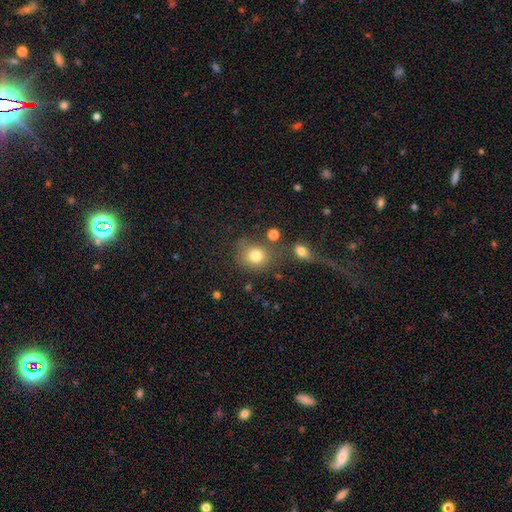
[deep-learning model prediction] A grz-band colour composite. It shows a smooth galaxy with no disk features (78%) that is round (69%). Merging: none (62%).